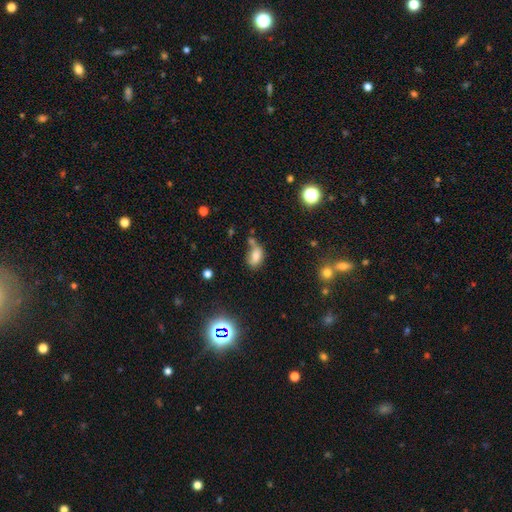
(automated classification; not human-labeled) This is likely a smooth galaxy (73%). How rounded: clearly in between (82%). Merging: marginally none (35%).